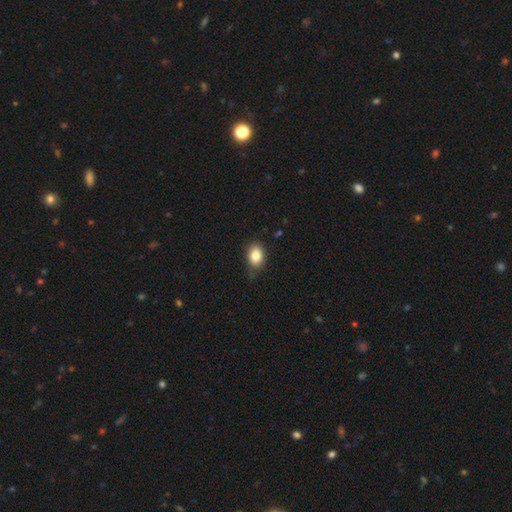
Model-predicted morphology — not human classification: Smooth or featured? smooth (84%)
How rounded? in between (70%)
Merging? none (70%)